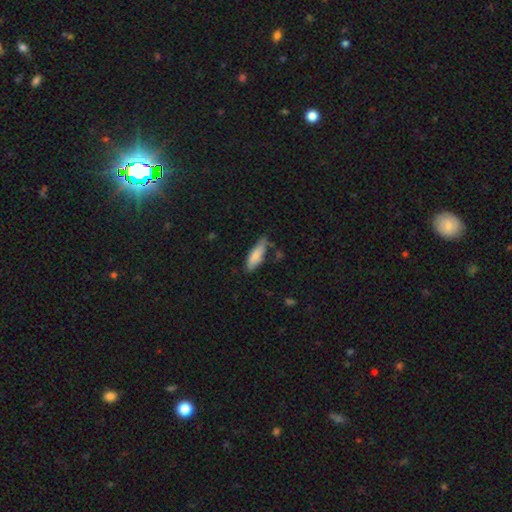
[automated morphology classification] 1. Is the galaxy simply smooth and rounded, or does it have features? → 80% smooth, 13% featured or disk, 6% star or artifact.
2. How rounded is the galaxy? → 51% in between, 47% cigar-shaped, 2% round.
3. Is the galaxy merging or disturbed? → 60% none, 29% minor disturbance, 6% major disturbance, 5% merger.